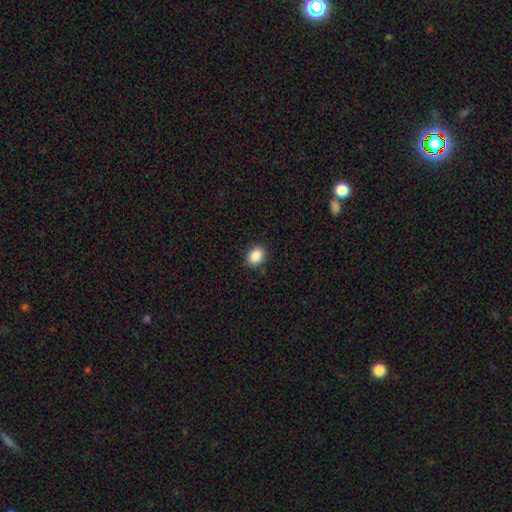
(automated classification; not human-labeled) This is clearly a smooth galaxy (88%). How rounded: possibly in between (54%). Merging: clearly none (87%).